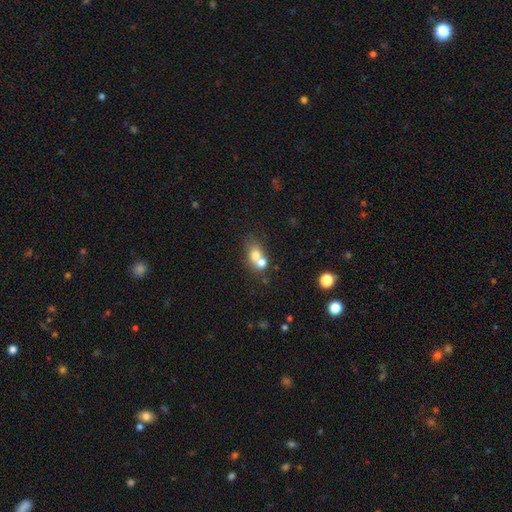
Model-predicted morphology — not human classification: The model was most divided on "how rounded": round: 52%, in between: 46%, cigar-shaped: 1%. More confident: smooth or featured — smooth (69%); merging — merger (55%).